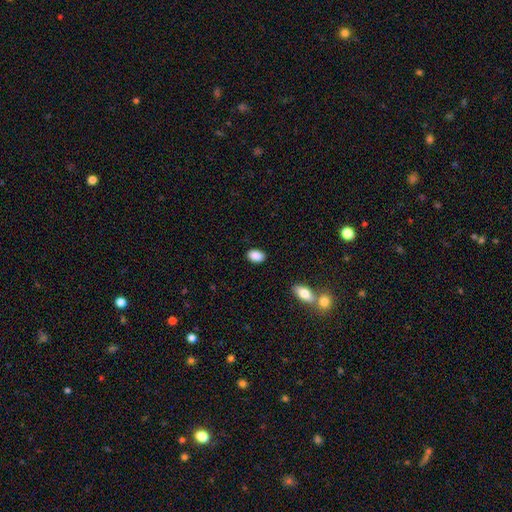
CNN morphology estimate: smooth-or-featured: smooth: 89% | star or artifact: 7% | featured or disk: 4%
  how-rounded: in between: 87% | round: 12% | cigar-shaped: 2%
  merging: none: 87% | minor disturbance: 9% | major disturbance: 2% | merger: 2%